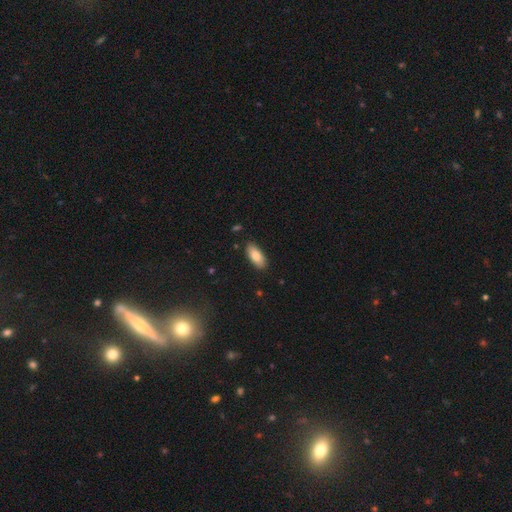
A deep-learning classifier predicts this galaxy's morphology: This is clearly a smooth galaxy (82%). How rounded: clearly in between (87%). Merging: clearly none (86%).